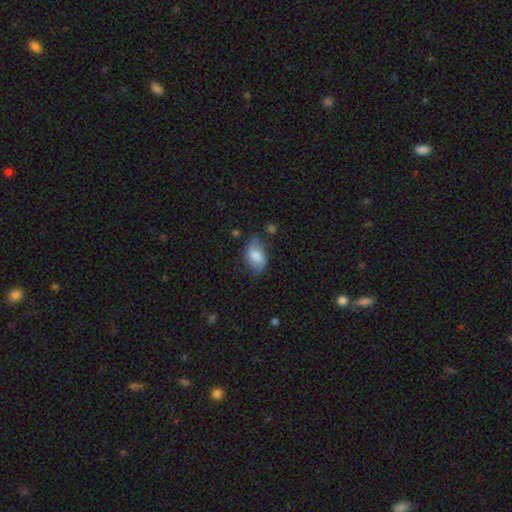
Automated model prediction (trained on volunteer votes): Smooth or featured? smooth (70%)
How rounded? in between (90%)
Merging? none (60%)